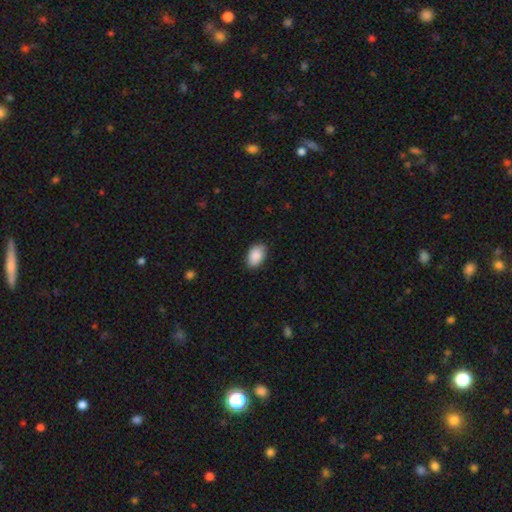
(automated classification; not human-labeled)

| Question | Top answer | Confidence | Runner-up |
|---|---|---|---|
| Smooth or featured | smooth | 90% | star or artifact (6%) |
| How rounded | in between | 89% | round (10%) |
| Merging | none | 84% | minor disturbance (13%) |